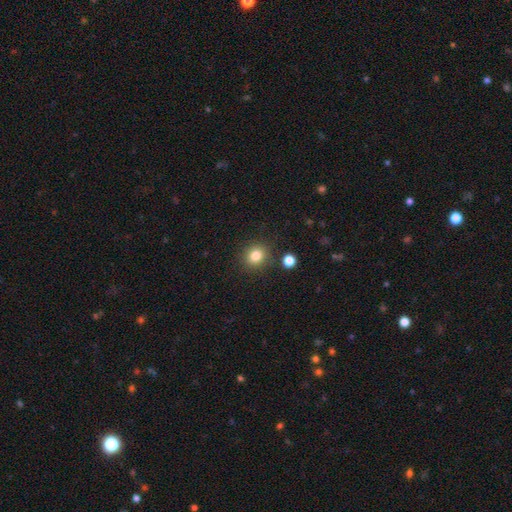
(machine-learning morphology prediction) smooth_or_featured: smooth (p=0.82) [alt: star or artifact p=0.12]
how_rounded: round (p=0.81) [alt: in between p=0.18]
merging: none (p=0.85) [alt: minor disturbance p=0.08]